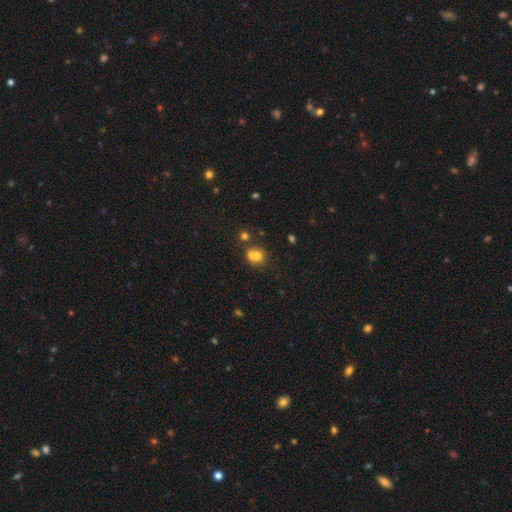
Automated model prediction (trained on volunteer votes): Smooth or featured? Predicted: smooth (p=0.74). How rounded? Predicted: round (p=0.79). Merging? Predicted: none (p=0.48).